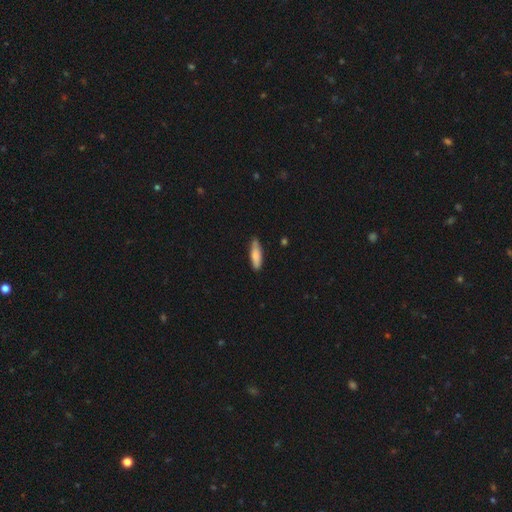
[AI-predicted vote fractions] The model was most divided on "how rounded": cigar-shaped: 58%, in between: 41%, round: 2%. More confident: smooth or featured — smooth (81%); merging — none (81%).